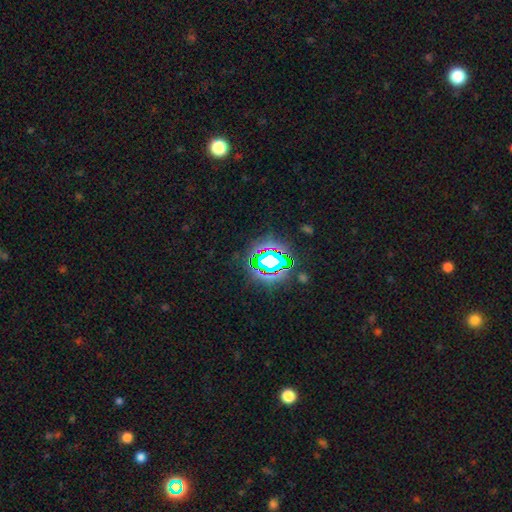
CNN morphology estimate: Smooth or featured? star or artifact (78%)